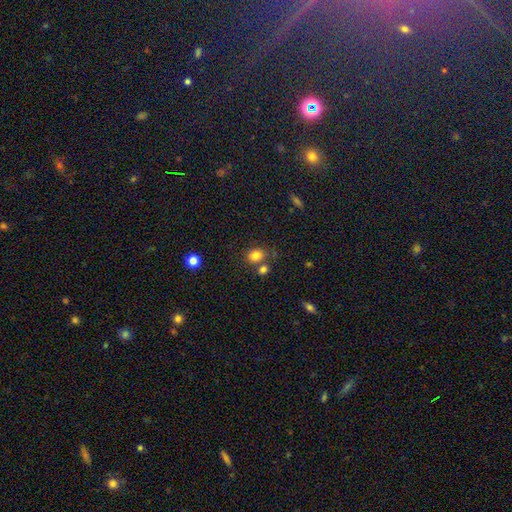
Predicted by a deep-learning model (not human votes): Overall: smooth (81%). How rounded: round (55%; in between 44%). Merging: none (65%).